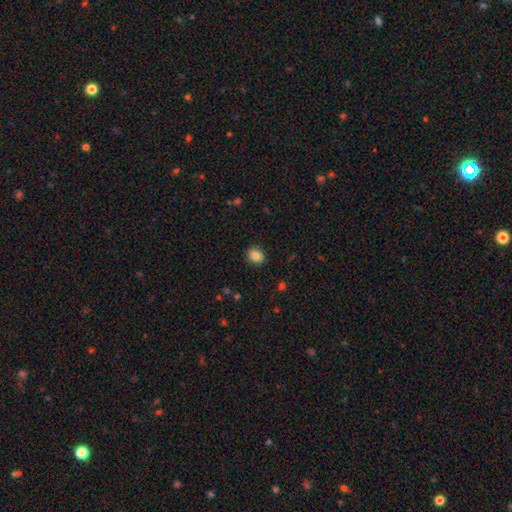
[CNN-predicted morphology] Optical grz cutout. It shows a smooth galaxy with no disk features (84%) that is round (64%). Merging: none (89%).